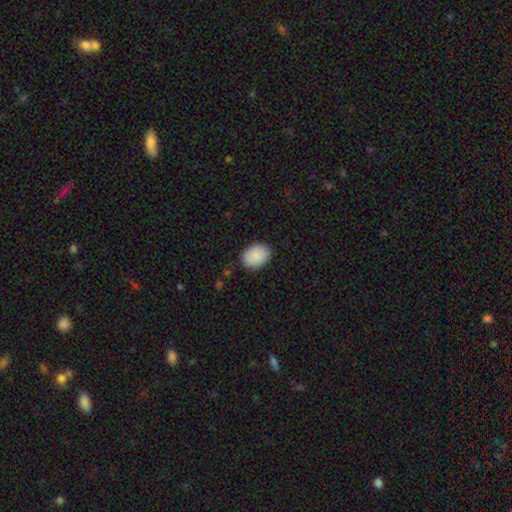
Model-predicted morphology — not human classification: smooth 90%, star or artifact 6%, featured or disk 4%. Down the decision tree: how rounded — in between (76%); merging — none (86%).